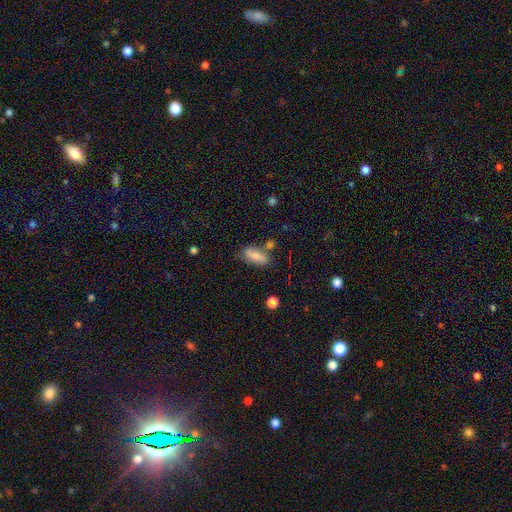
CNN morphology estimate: Smooth or featured: smooth — 70% (featured or disk — 22%)
How rounded: in between — 79% (cigar-shaped — 17%)
Merging: none — 59% (minor disturbance — 23%)